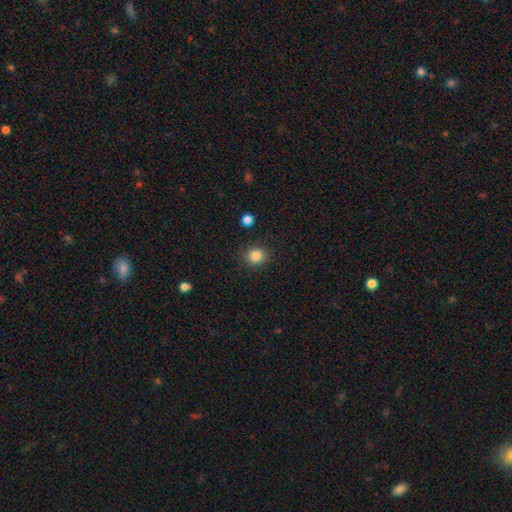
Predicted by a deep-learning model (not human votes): Smooth or featured? Predicted: smooth (p=0.84). How rounded? Predicted: round (p=0.85). Merging? Predicted: none (p=0.88).